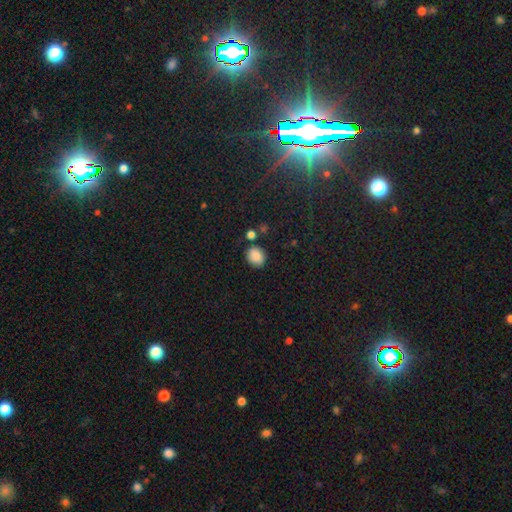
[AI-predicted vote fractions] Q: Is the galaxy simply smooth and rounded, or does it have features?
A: smooth — 87%.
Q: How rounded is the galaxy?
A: round — 64%.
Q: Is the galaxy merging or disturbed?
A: none — 78%.